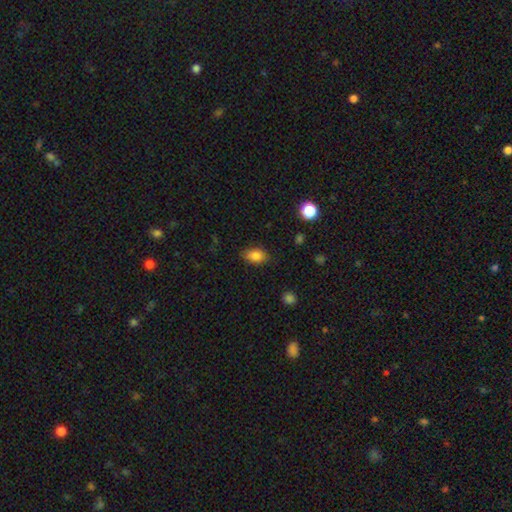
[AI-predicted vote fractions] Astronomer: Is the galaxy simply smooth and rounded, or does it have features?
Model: smooth — 84%.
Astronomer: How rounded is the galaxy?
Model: in between — 84%.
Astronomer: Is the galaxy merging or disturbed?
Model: none — 82%.